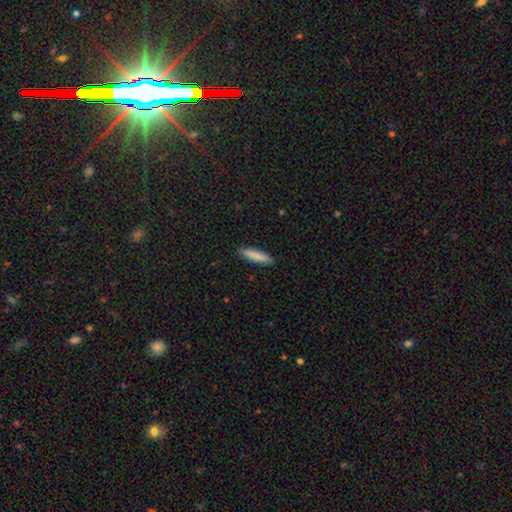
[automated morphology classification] Smooth or featured? smooth (84%)
How rounded? cigar-shaped (83%)
Merging? none (89%)